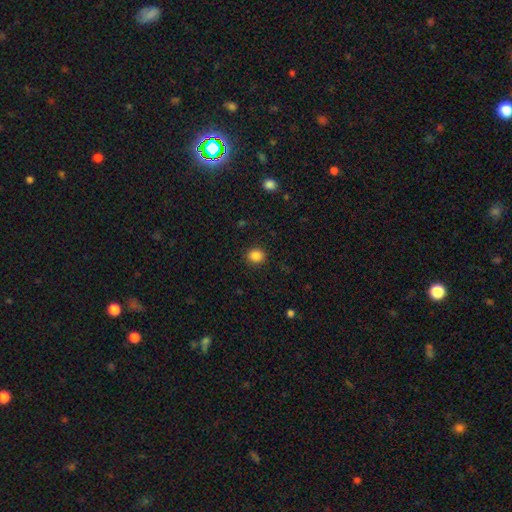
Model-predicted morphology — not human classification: A smooth galaxy with no disk features (86%) that is round (78%). Merging: none (89%).